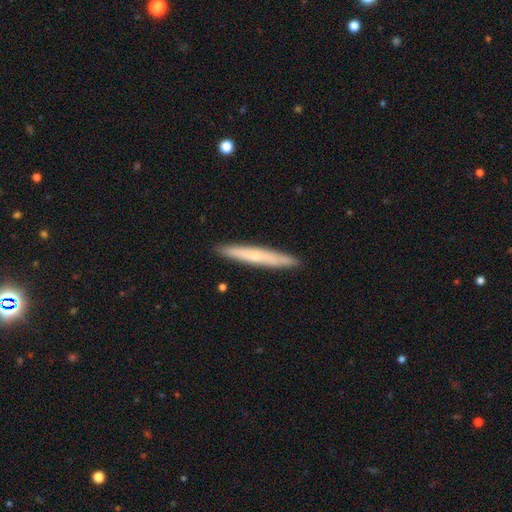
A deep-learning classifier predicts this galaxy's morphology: smooth_or_featured: smooth (p=0.52) [alt: featured or disk p=0.42]
how_rounded: cigar-shaped (p=0.96) [alt: in between p=0.03]
merging: none (p=0.91) [alt: minor disturbance p=0.07]